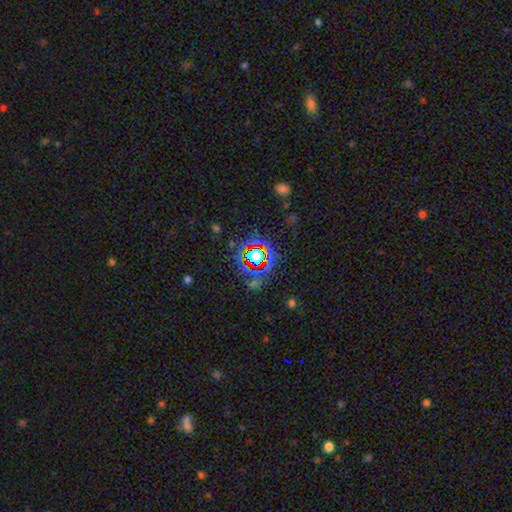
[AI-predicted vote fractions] The model was most divided on "smooth or featured": star or artifact: 68%, smooth: 21%, featured or disk: 11%.